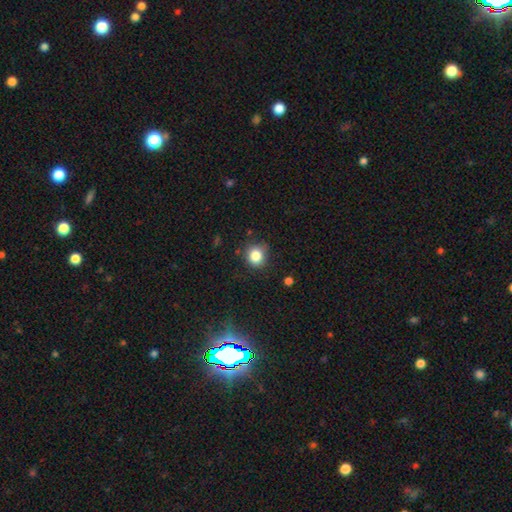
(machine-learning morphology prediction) The model was most divided on "merging": none: 79%, minor disturbance: 15%, major disturbance: 4%, merger: 2%. More confident: how rounded — round (84%); smooth or featured — smooth (83%).